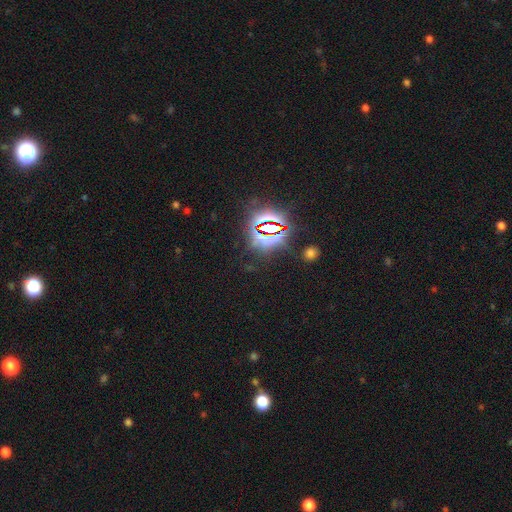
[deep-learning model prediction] Smooth or featured: star or artifact — 84% (smooth — 9%)